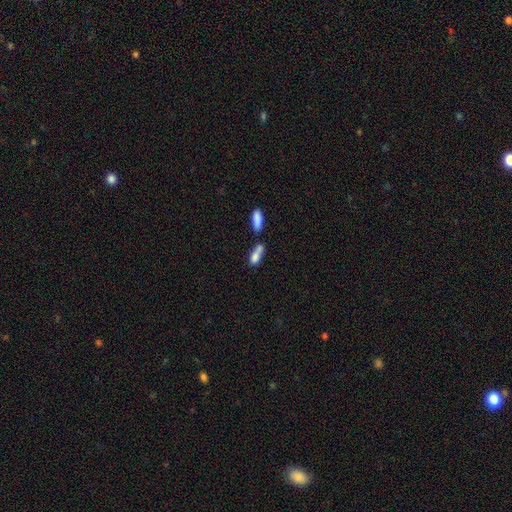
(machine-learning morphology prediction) A smooth galaxy with no disk features (76%) that is in between round and cigar-shaped (68%). Merging: merger (59%).